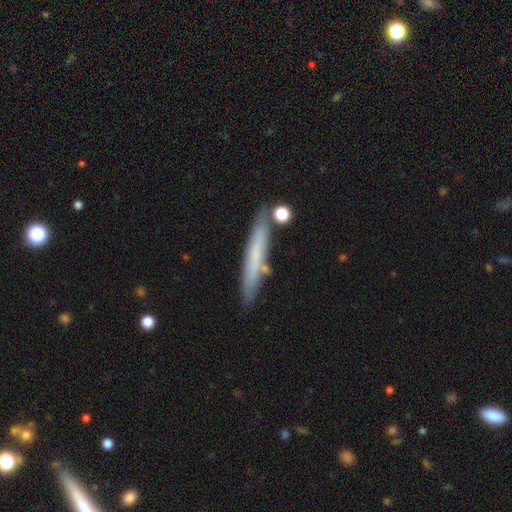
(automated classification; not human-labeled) A smooth galaxy with no disk features (57%) that is cigar-shaped (94%).

Vote fractions:
- Smooth or featured? smooth: 57% / featured or disk: 36% / star or artifact: 8%
- How rounded? cigar-shaped: 94% / in between: 5% / round: 1%
- Merging? none: 79% / minor disturbance: 13% / merger: 5% / major disturbance: 3%